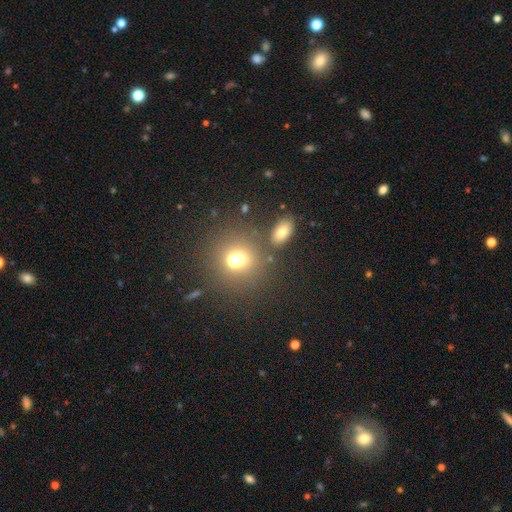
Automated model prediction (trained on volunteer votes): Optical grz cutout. It shows a smooth galaxy with no disk features (64%) that is round (70%). Merging: none (62%).